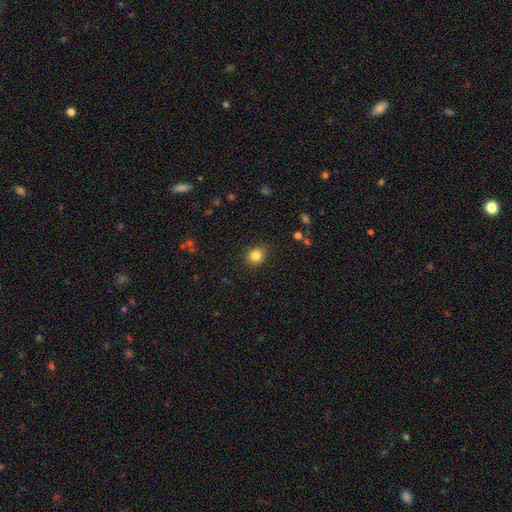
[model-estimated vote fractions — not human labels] Smooth or featured? smooth (83%)
How rounded? round (68%)
Merging? none (87%)